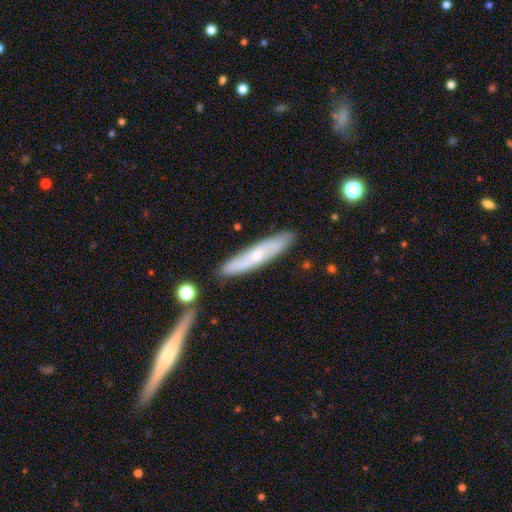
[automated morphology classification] This is possibly a featured or disk galaxy (49%). Merging: clearly none (80%).